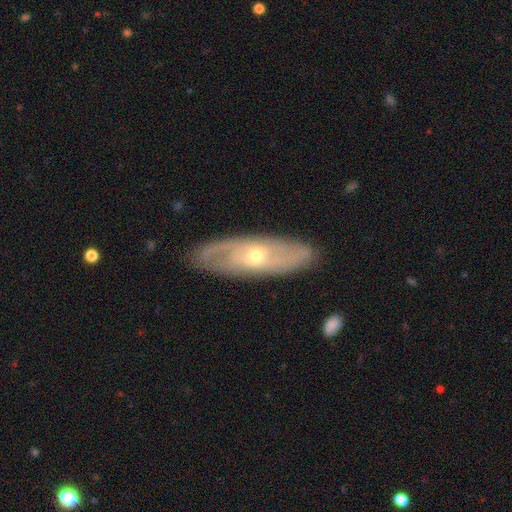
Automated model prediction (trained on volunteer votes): This is likely a featured or disk galaxy (73%). It is likely not viewed edge-on (77%). Bar: likely no (66%). Spiral arm pattern: likely yes (75%). Central bulge: possibly small (51%). Merging: clearly none (83%).